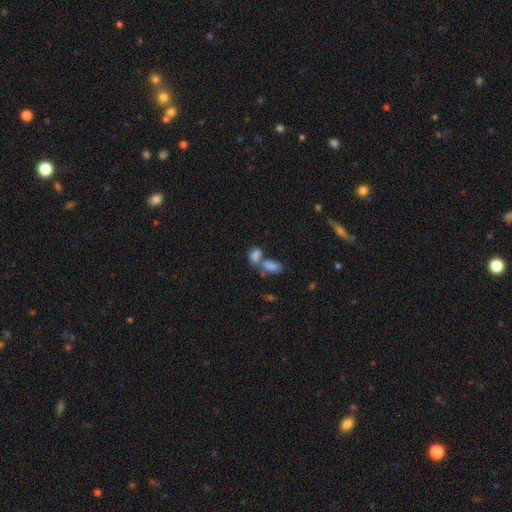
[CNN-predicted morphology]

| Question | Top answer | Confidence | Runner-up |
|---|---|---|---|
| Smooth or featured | smooth | 81% | featured or disk (10%) |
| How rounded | in between | 90% | round (7%) |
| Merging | merger | 59% | none (27%) |